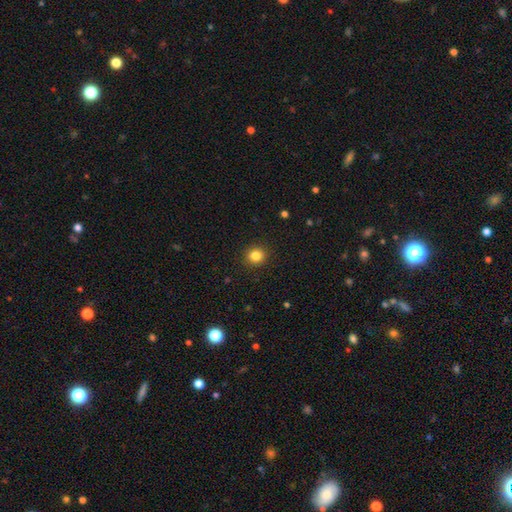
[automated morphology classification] This is clearly a smooth galaxy (83%). How rounded: clearly round (89%). Merging: clearly none (92%).